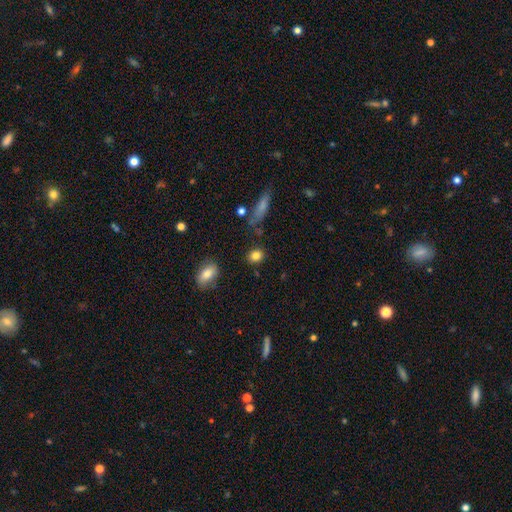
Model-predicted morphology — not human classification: Overall: smooth (84%). How rounded: round (62%; in between 35%). Merging: none (82%).